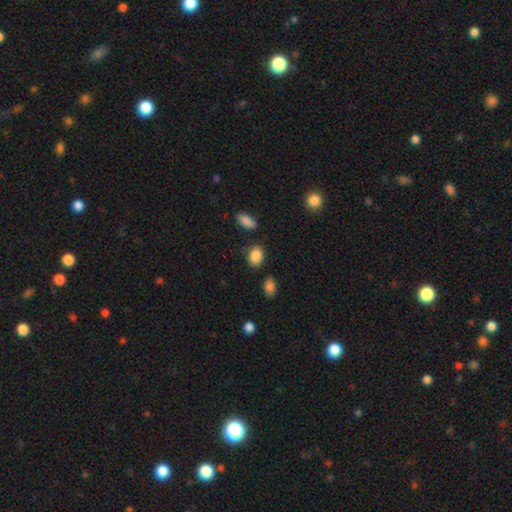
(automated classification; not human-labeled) Q: Smooth or featured?
A: smooth (87%); runner-up: star or artifact (8%)
Q: How rounded?
A: in between (68%); runner-up: round (31%)
Q: Merging?
A: none (80%); runner-up: minor disturbance (13%)